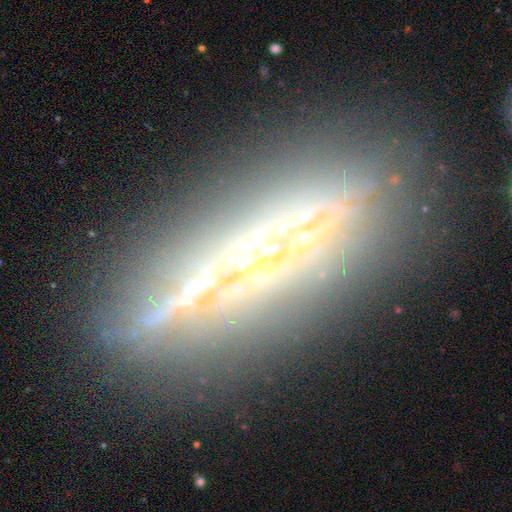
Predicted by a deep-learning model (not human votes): Morphology: type=featured or disk (72%); edge-on=yes (80%); edge-on bulge=rounded (54%); merging=none (78%).